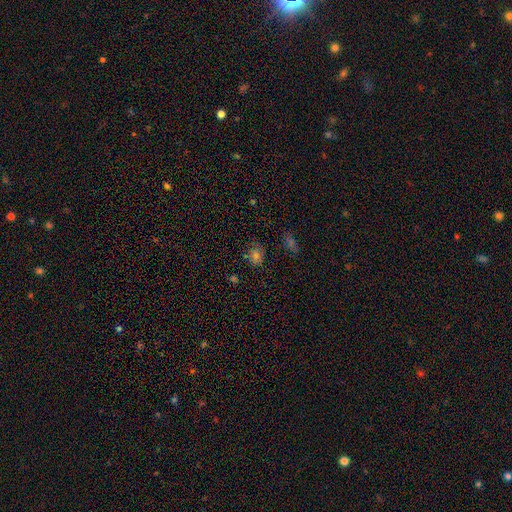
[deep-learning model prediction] Overall: smooth (63%; star or artifact 27%). How rounded: round (60%; in between 39%). Merging: none (73%).